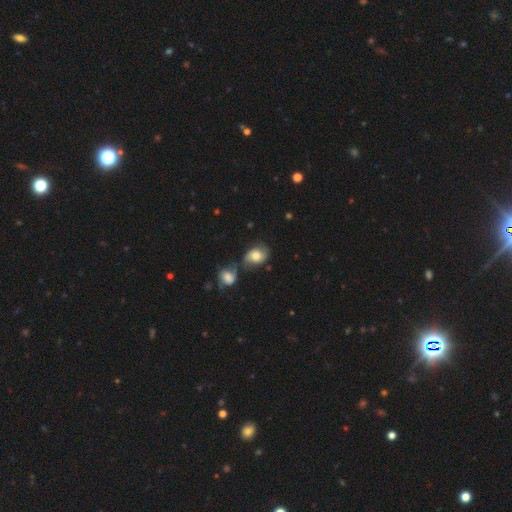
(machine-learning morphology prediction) smooth-or-featured: smooth: 55% | featured or disk: 36% | star or artifact: 9%
  how-rounded: in between: 66% | round: 33% | cigar-shaped: 1%
  merging: none: 44% | merger: 25% | minor disturbance: 21% | major disturbance: 10%